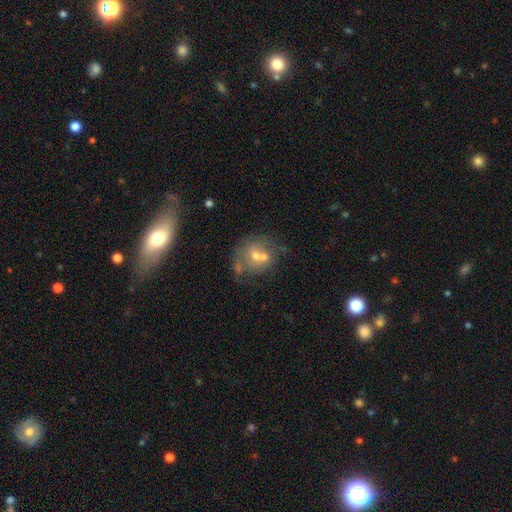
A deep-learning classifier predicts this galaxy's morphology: Overall: smooth (45%; featured or disk 39%). Merging: none (40%; merger 38%).